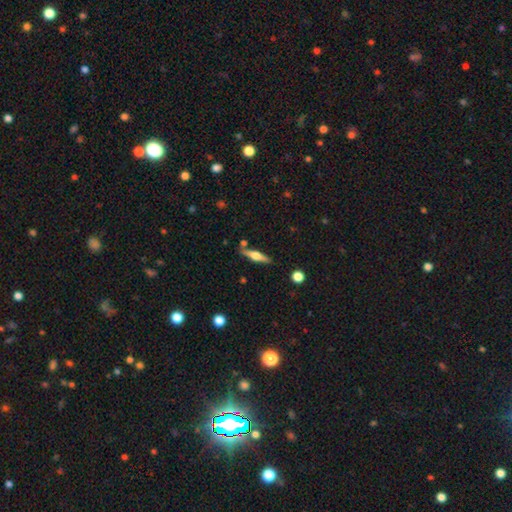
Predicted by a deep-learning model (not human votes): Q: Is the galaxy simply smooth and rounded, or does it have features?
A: featured or disk — 64%.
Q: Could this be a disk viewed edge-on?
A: yes — 96%.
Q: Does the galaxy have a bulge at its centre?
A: rounded — 90%.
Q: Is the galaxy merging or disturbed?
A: none — 81%.